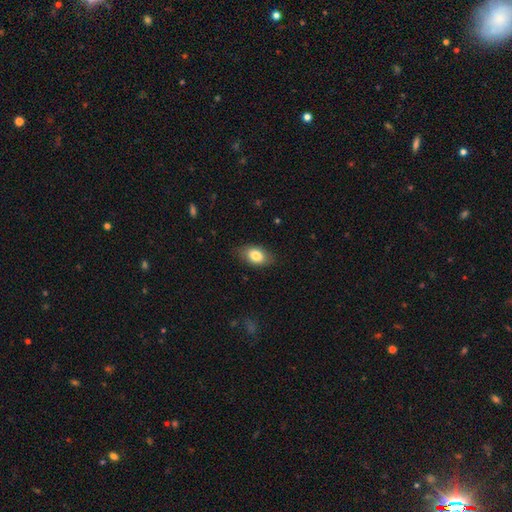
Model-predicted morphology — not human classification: smooth-or-featured: smooth: 82% | featured or disk: 11% | star or artifact: 7%
  how-rounded: in between: 89% | round: 9% | cigar-shaped: 2%
  merging: none: 83% | minor disturbance: 13% | major disturbance: 3% | merger: 1%